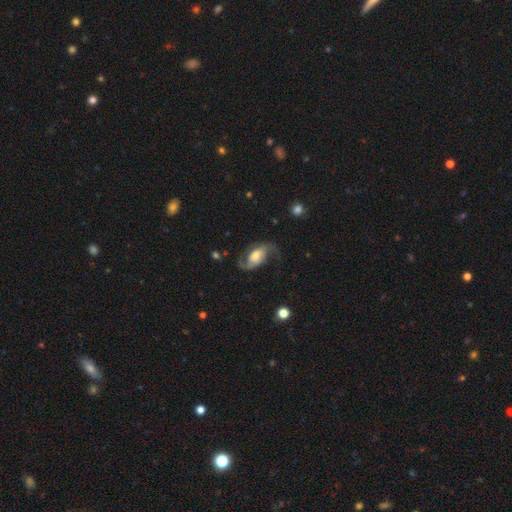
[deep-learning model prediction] smooth_or_featured: featured or disk (p=0.82) [alt: smooth p=0.12]
disk_edge_on: no (p=0.96) [alt: yes p=0.04]
bar: no (p=0.46) [alt: weak p=0.38]
has_spiral_arms: yes (p=0.95) [alt: no p=0.05]
spiral_winding: loose (p=0.52) [alt: medium p=0.38]
spiral_arm_count: 2 (p=0.91) [alt: 1 p=0.03]
bulge_size: moderate (p=0.47) [alt: large p=0.24]
merging: none (p=0.68) [alt: minor disturbance p=0.17]